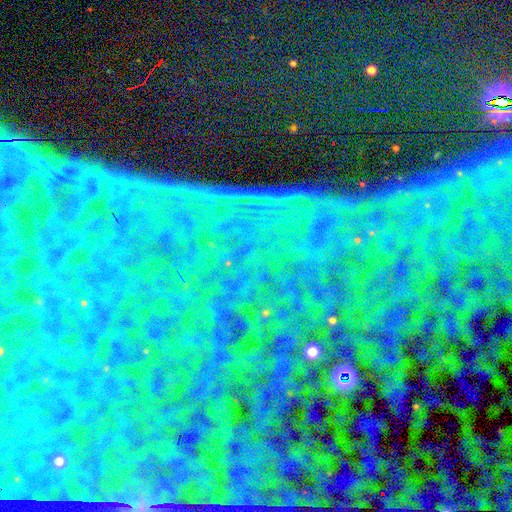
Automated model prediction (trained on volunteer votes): smooth_or_featured: star or artifact (p=0.86) [alt: featured or disk p=0.08]